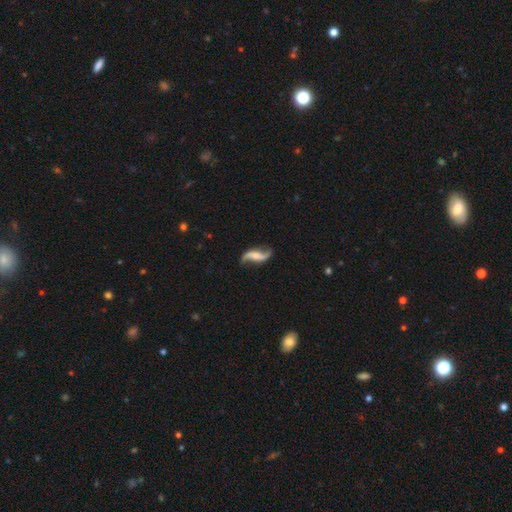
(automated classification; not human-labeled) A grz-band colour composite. It shows a featured or disk galaxy (86%) with no bar (41%), 2 (94%) loose (91%) spiral arms (96%) and no central bulge (43%). Merging: none (78%).